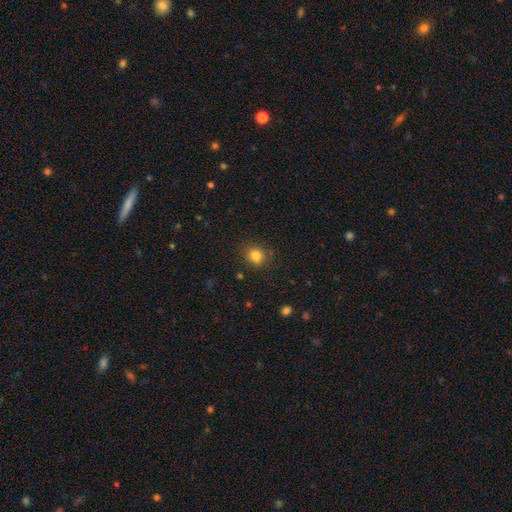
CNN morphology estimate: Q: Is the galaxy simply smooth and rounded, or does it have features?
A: smooth — 82%.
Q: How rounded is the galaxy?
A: round — 73%.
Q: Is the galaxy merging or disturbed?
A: none — 83%.